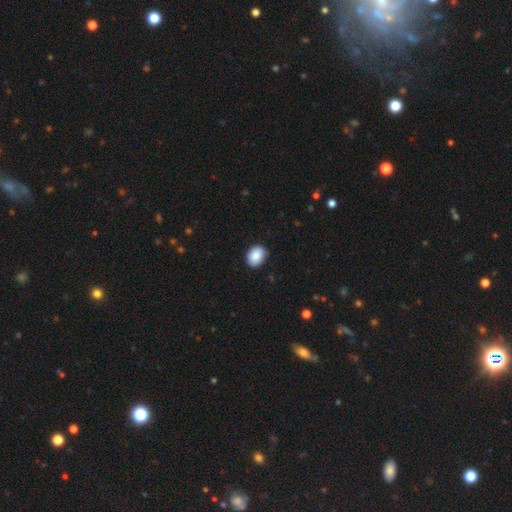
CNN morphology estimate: Smooth or featured? smooth (90%)
How rounded? in between (69%)
Merging? none (88%)